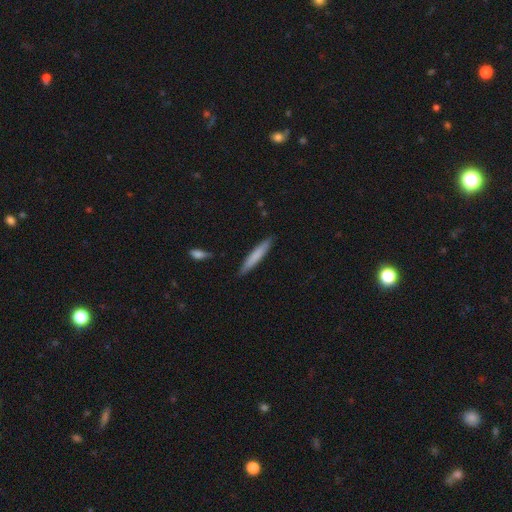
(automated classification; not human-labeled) Smooth or featured? Predicted: smooth (p=0.74). How rounded? Predicted: cigar-shaped (p=0.93). Merging? Predicted: none (p=0.88).